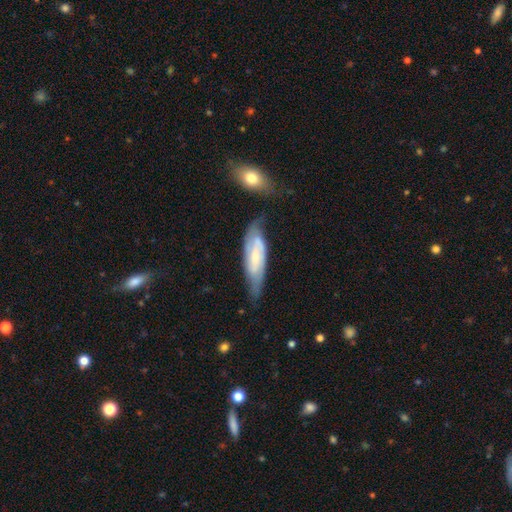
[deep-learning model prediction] This appears to be a featured or disk galaxy (65%). Merging: none (60%).